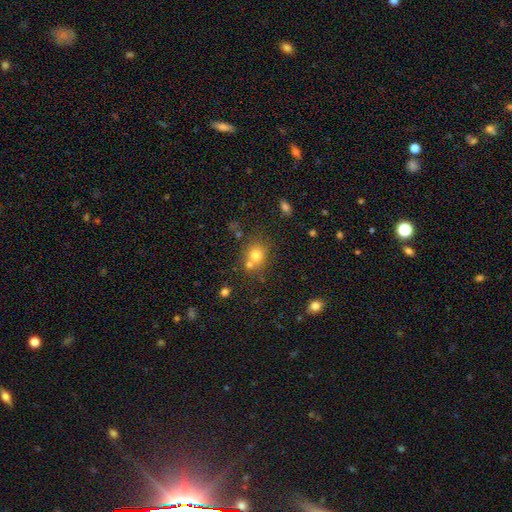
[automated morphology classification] The model was most divided on "merging": none: 57%, merger: 30%, minor disturbance: 10%, major disturbance: 4%. More confident: how rounded — round (80%); smooth or featured — smooth (74%).